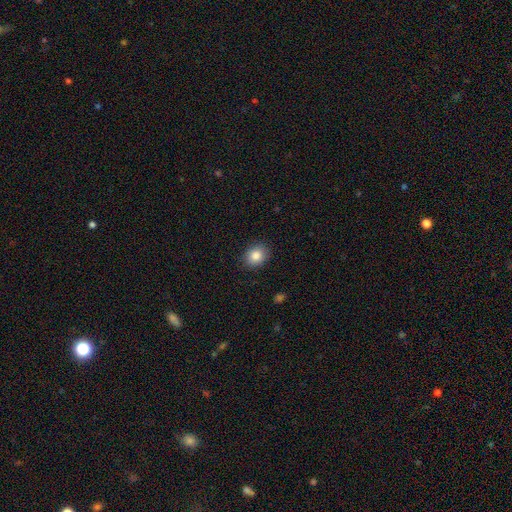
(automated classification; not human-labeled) A smooth galaxy with no disk features (85%) that is round (51%). Merging: none (88%).